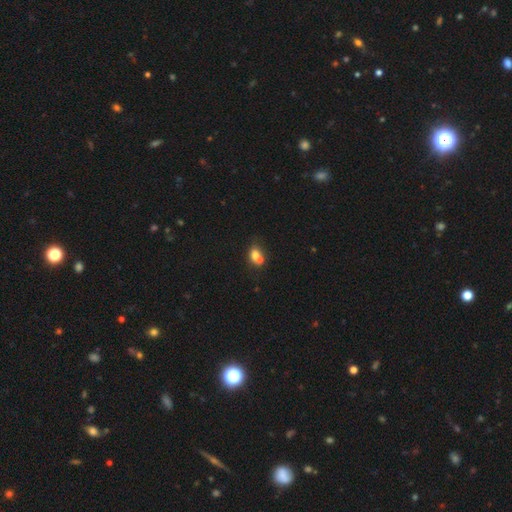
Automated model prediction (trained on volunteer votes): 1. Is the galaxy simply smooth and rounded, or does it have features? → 73% smooth, 16% featured or disk, 12% star or artifact.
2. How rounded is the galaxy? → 53% in between, 45% round, 1% cigar-shaped.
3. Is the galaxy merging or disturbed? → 51% merger, 35% none, 10% minor disturbance, 4% major disturbance.